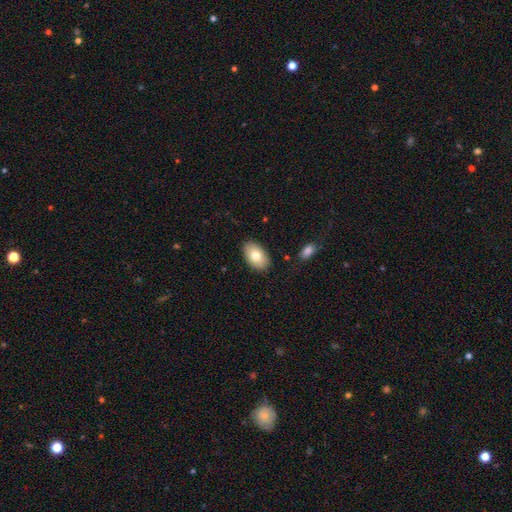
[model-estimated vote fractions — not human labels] Smooth or featured?
  - smooth: 76% *
  - featured or disk: 17%
  - star or artifact: 7%
How rounded?
  - in between: 93% *
  - round: 6%
  - cigar-shaped: 1%
Merging?
  - none: 87% *
  - minor disturbance: 9%
  - major disturbance: 2%
  - merger: 1%